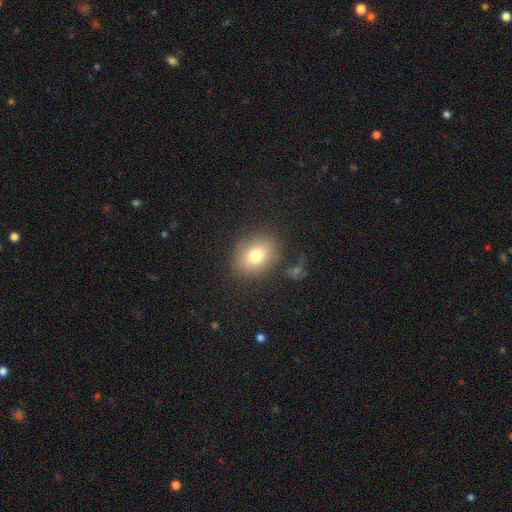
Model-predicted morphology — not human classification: smooth_or_featured: smooth (p=0.77) [alt: featured or disk p=0.12]
how_rounded: in between (p=0.50) [alt: round p=0.49]
merging: none (p=0.79) [alt: minor disturbance p=0.12]